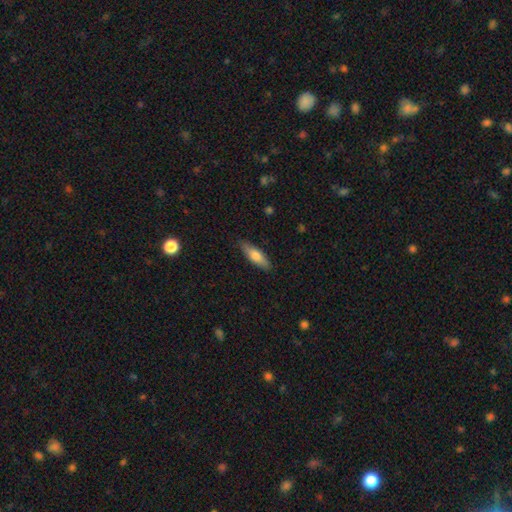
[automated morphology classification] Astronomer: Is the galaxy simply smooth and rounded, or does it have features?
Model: smooth — 70%.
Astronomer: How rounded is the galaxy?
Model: in between — 49%, tied with cigar-shaped at 49%.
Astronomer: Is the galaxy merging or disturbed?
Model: none — 86%.